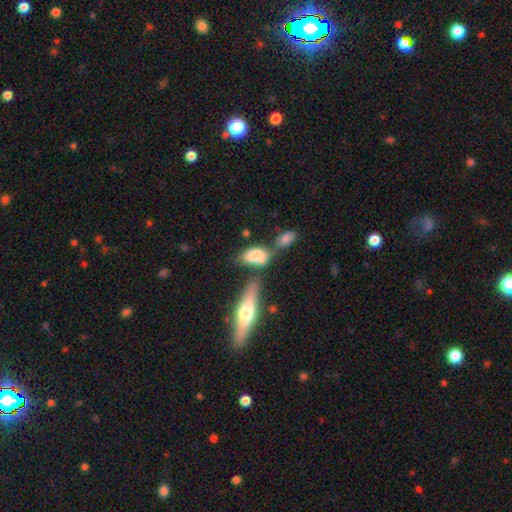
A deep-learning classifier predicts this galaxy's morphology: Overall: smooth (76%). How rounded: in between (88%). Merging: merger (39%; none 33%).